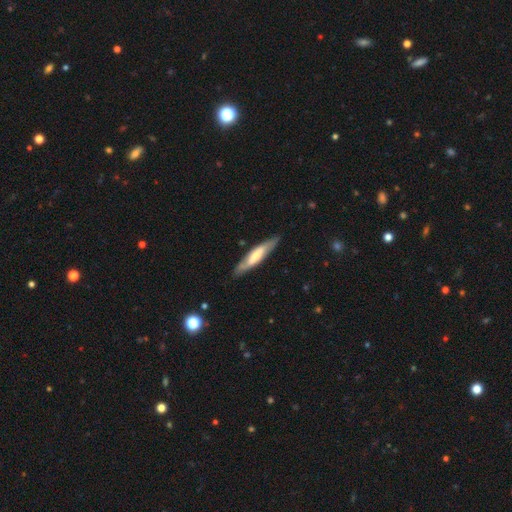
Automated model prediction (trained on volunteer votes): Morphology: type=featured or disk (51%); edge-on=yes (59%); merging=none (83%).